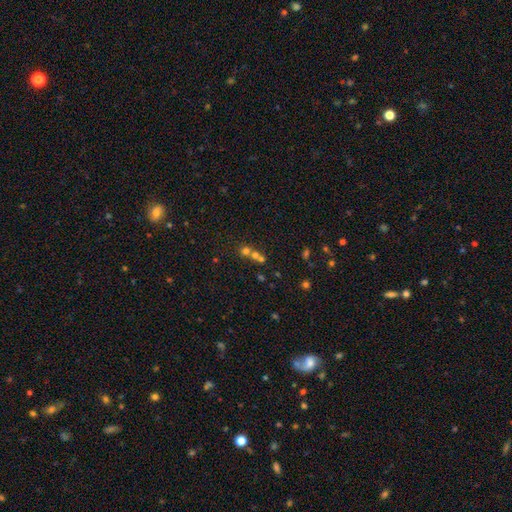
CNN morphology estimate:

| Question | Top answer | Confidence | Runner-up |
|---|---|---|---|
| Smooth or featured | smooth | 48% | star or artifact (34%) |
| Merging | merger | 51% | none (39%) |